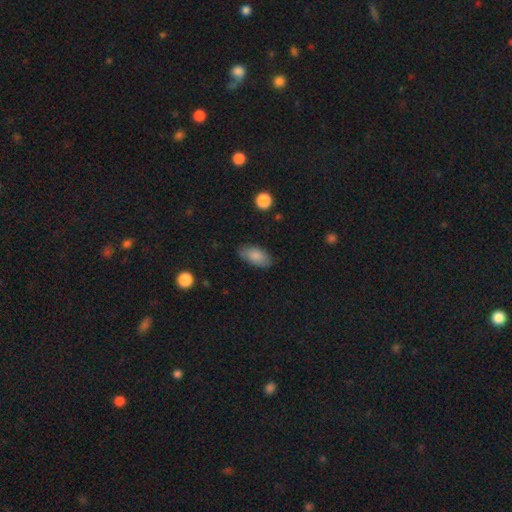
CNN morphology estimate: Smooth or featured? Predicted: smooth (p=0.84). How rounded? Predicted: in between (p=0.92). Merging? Predicted: none (p=0.76).